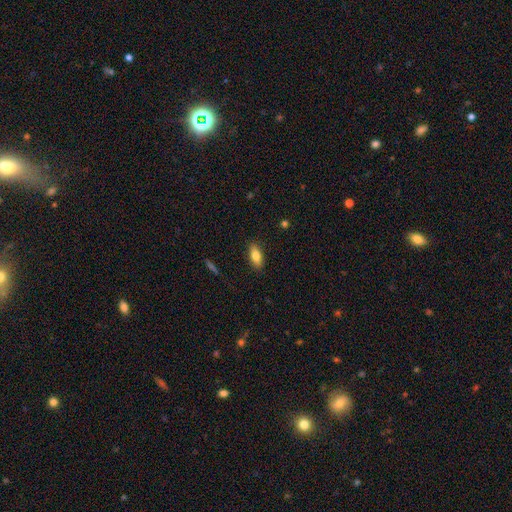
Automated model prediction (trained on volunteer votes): This is likely a smooth galaxy (79%). How rounded: clearly in between (80%). Merging: clearly none (88%).